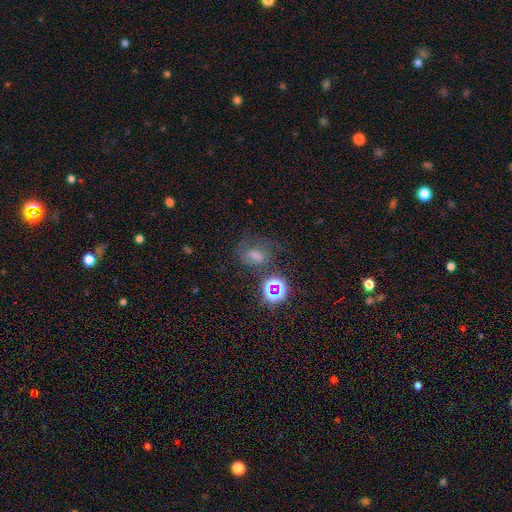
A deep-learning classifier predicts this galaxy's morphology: smooth-or-featured: star or artifact: 38% | smooth: 35% | featured or disk: 26%